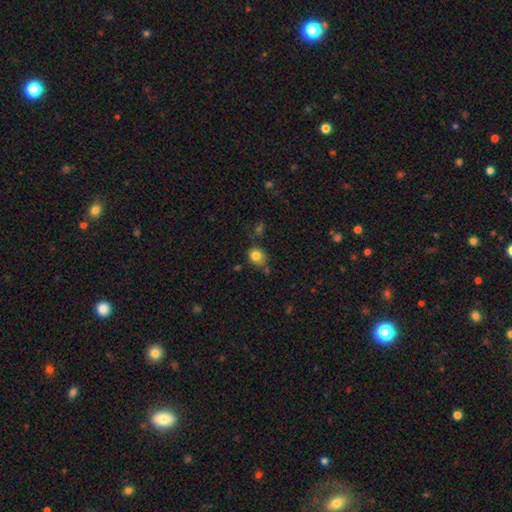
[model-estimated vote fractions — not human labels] A smooth galaxy with no disk features (82%) that is round (72%).

Vote fractions:
- Smooth or featured? smooth: 82% / star or artifact: 11% / featured or disk: 8%
- How rounded? round: 72% / in between: 27% / cigar-shaped: 1%
- Merging? none: 62% / minor disturbance: 24% / merger: 8% / major disturbance: 6%